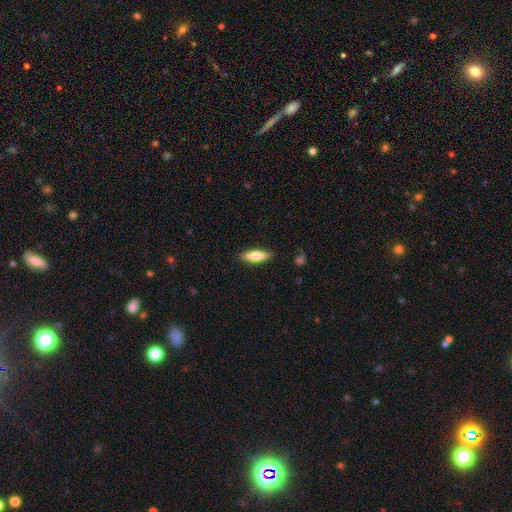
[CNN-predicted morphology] A smooth galaxy with no disk features (66%) that is cigar-shaped (50%). Merging: none (88%).